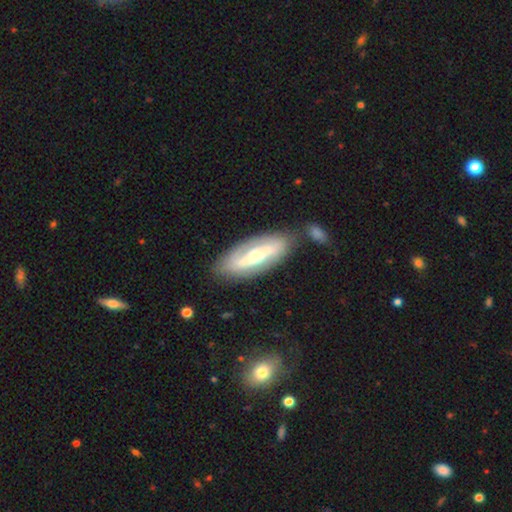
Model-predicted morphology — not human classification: Smooth or featured? featured or disk (73%)
Edge-on disk? no (82%)
Bar? strong (48%)
Spiral arms? yes (66%)
Bulge size? moderate (65%)
Merging? none (77%)